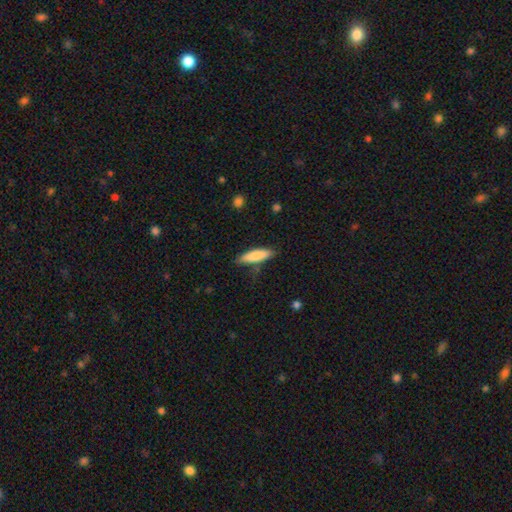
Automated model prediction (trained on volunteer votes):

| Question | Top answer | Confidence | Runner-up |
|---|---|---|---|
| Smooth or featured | smooth | 81% | featured or disk (13%) |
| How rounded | cigar-shaped | 67% | in between (31%) |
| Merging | none | 78% | minor disturbance (16%) |